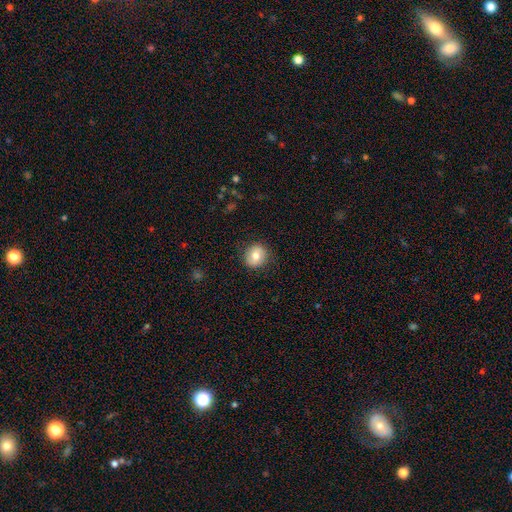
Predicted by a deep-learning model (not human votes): Q: Smooth or featured?
A: smooth (77%); runner-up: featured or disk (15%)
Q: How rounded?
A: round (81%); runner-up: in between (18%)
Q: Merging?
A: none (86%); runner-up: minor disturbance (10%)